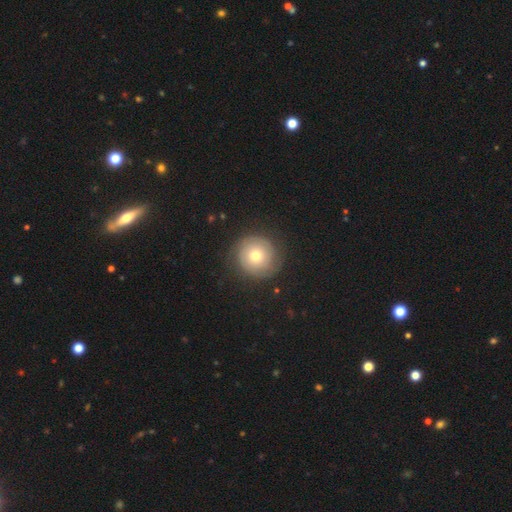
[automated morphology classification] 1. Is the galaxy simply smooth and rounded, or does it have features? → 59% smooth, 32% featured or disk, 10% star or artifact.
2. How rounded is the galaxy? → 94% round, 5% in between, 1% cigar-shaped.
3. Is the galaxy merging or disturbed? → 83% none, 12% minor disturbance, 5% major disturbance, 1% merger.